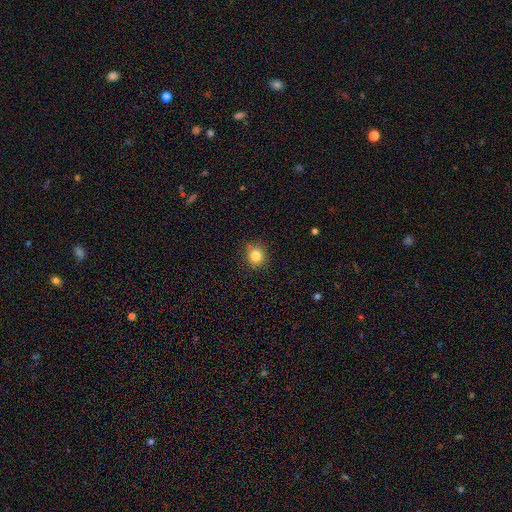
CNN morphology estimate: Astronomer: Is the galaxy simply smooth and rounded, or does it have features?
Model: smooth — 83%.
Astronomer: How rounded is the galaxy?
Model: round — 84%.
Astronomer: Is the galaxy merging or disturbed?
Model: none — 85%.